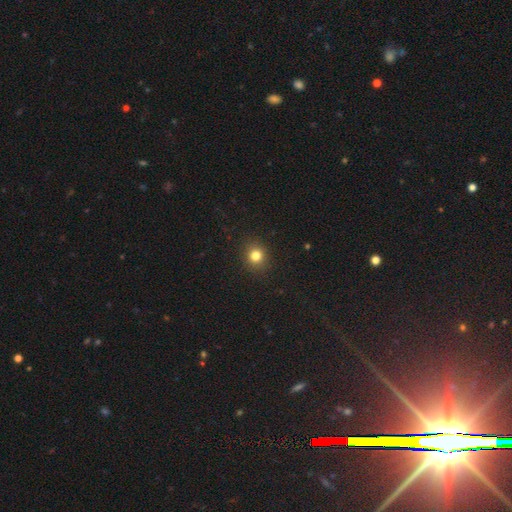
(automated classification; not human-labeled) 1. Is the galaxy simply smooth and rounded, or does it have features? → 80% smooth, 14% star or artifact, 6% featured or disk.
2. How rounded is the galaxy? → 81% round, 18% in between, 1% cigar-shaped.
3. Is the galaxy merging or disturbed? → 90% none, 7% minor disturbance, 2% major disturbance, 1% merger.